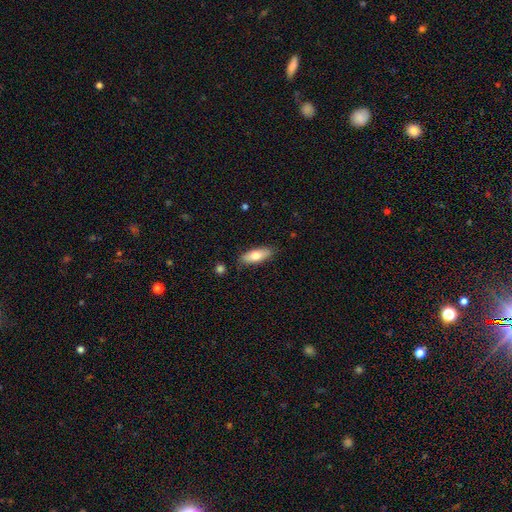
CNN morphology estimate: This appears to be a smooth galaxy with no disk features (74%) that is in between round and cigar-shaped (67%). Merging: none (84%).